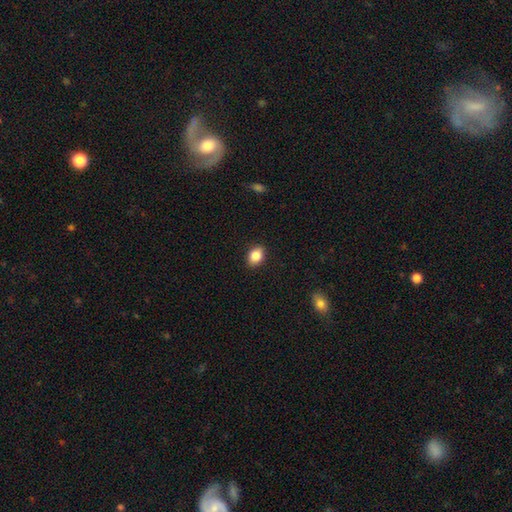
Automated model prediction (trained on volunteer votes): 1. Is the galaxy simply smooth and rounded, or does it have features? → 86% smooth, 9% star or artifact, 6% featured or disk.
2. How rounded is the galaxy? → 70% in between, 29% round, 1% cigar-shaped.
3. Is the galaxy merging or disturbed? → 89% none, 8% minor disturbance, 2% major disturbance, 1% merger.